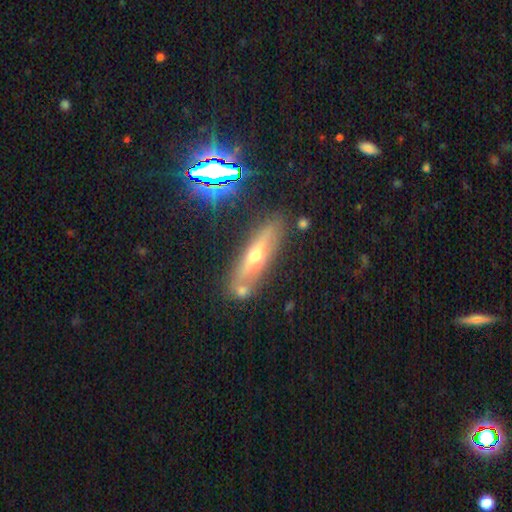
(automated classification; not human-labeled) Q: Smooth or featured?
A: featured or disk (53%); runner-up: smooth (34%)
Q: Edge-on disk?
A: yes (80%); runner-up: no (20%)
Q: Merging?
A: none (75%); runner-up: minor disturbance (12%)